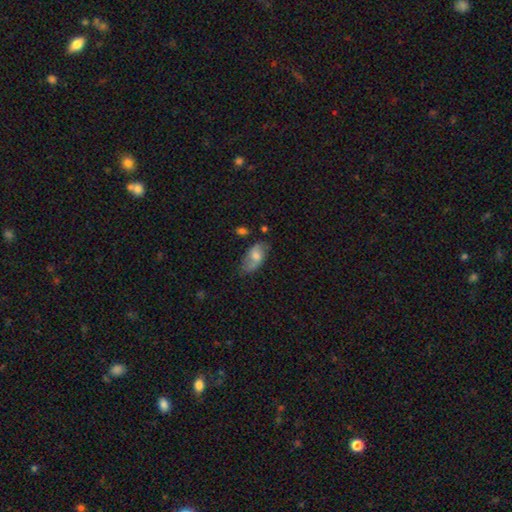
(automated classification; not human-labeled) smooth_or_featured: smooth (p=0.56) [alt: featured or disk p=0.36]
how_rounded: in between (p=0.92) [alt: round p=0.05]
merging: none (p=0.59) [alt: minor disturbance p=0.29]